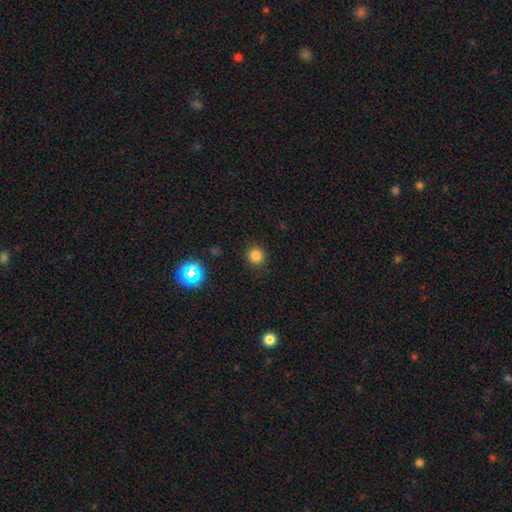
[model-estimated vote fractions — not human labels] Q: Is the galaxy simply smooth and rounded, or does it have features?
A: smooth — 80%.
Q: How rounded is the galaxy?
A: round — 93%.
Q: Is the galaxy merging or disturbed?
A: none — 90%.